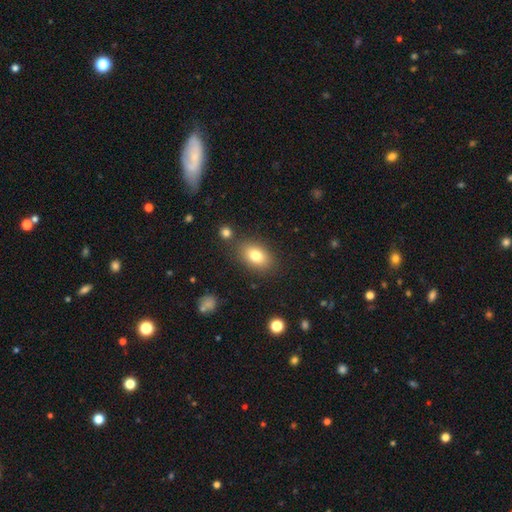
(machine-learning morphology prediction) The model was most divided on "smooth or featured": smooth: 79%, featured or disk: 12%, star or artifact: 9%. More confident: how rounded — in between (85%); merging — none (80%).